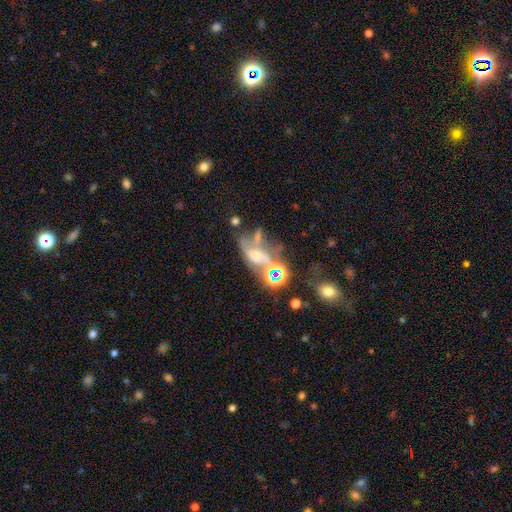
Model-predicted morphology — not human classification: Smooth or featured? Predicted: featured or disk (p=0.50). Merging? Predicted: merger (p=0.31).